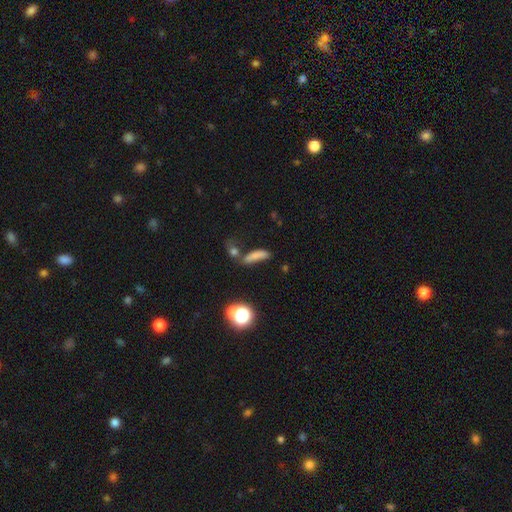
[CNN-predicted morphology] Smooth or featured? Predicted: smooth (p=0.70). How rounded? Predicted: cigar-shaped (p=0.63). Merging? Predicted: none (p=0.48).